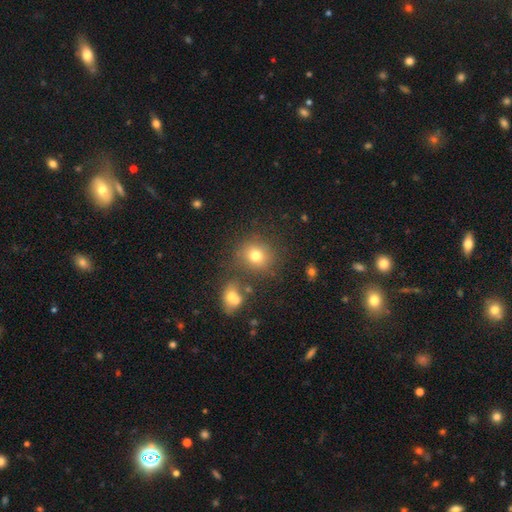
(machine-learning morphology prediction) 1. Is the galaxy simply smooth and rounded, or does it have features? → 75% smooth, 16% star or artifact, 10% featured or disk.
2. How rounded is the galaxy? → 82% round, 17% in between, 1% cigar-shaped.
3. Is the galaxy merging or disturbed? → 77% none, 11% minor disturbance, 8% merger, 4% major disturbance.